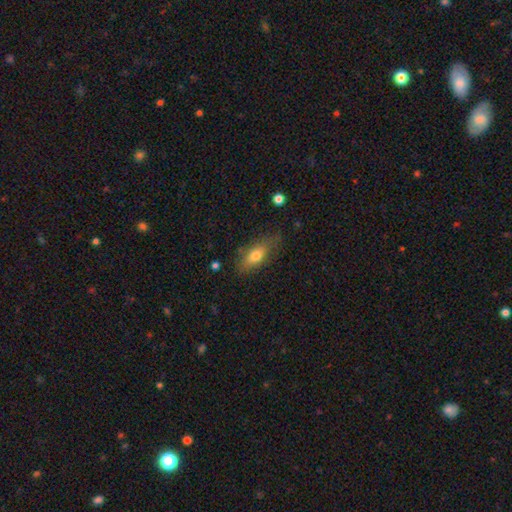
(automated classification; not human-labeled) smooth-or-featured: smooth: 72% | featured or disk: 21% | star or artifact: 7%
  how-rounded: in between: 76% | cigar-shaped: 19% | round: 4%
  merging: none: 68% | minor disturbance: 23% | major disturbance: 7% | merger: 2%